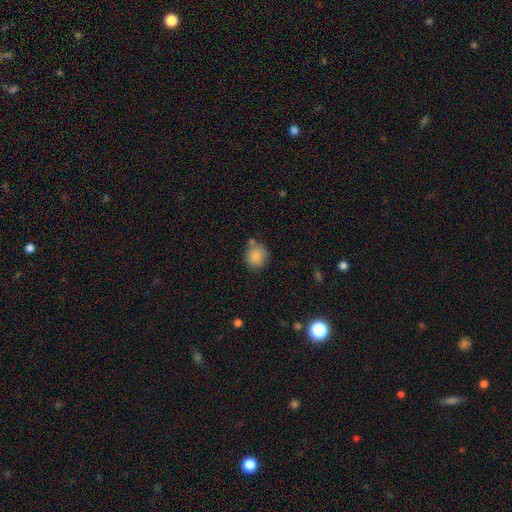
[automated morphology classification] Smooth or featured?
  - smooth: 87% *
  - star or artifact: 9%
  - featured or disk: 5%
How rounded?
  - round: 80% *
  - in between: 19%
  - cigar-shaped: 1%
Merging?
  - none: 67% *
  - minor disturbance: 17%
  - merger: 12%
  - major disturbance: 4%